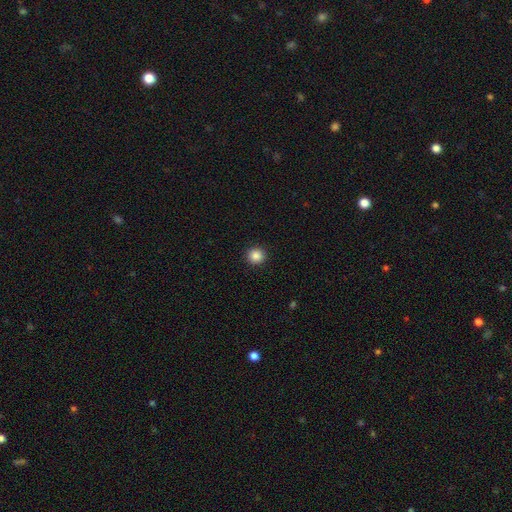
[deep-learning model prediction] smooth_or_featured: smooth (p=0.87) [alt: star or artifact p=0.10]
how_rounded: round (p=0.94) [alt: in between p=0.05]
merging: none (p=0.93) [alt: minor disturbance p=0.04]